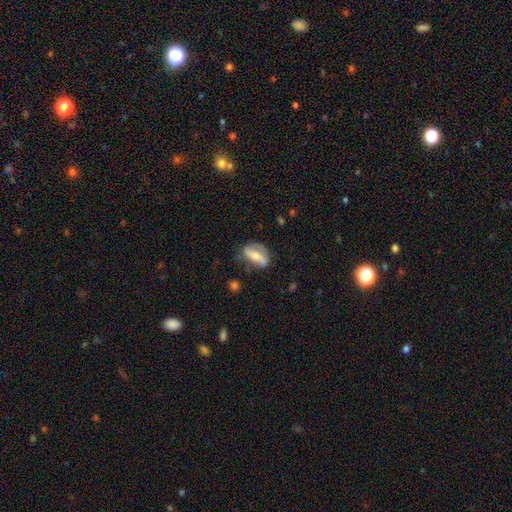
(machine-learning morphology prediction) This is possibly a featured or disk galaxy (53%). It is clearly not viewed edge-on (88%). Merging: likely none (63%).